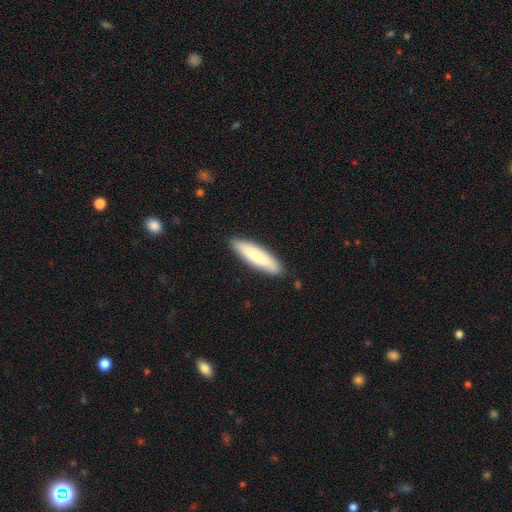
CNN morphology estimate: Smooth or featured? smooth (82%)
How rounded? cigar-shaped (71%)
Merging? none (87%)